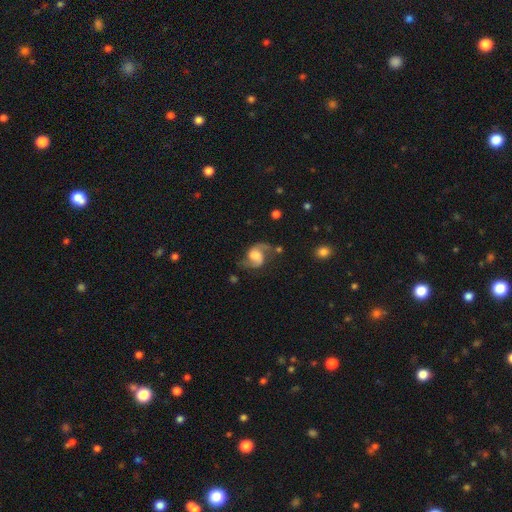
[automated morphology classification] This is likely a featured or disk galaxy (77%). It is clearly not viewed edge-on (98%). Bar: marginally weak (43%, tied with no). Spiral arm pattern: clearly yes (94%). Spiral arm count: clearly 2 (90%). Spiral winding: possibly loose (48%). Central bulge: marginally large (31%). Merging: possibly none (60%).